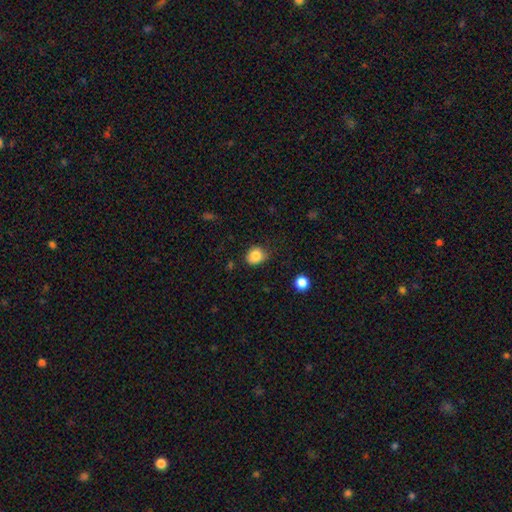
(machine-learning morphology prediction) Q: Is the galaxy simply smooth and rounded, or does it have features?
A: smooth — 84%.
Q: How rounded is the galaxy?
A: round — 62%.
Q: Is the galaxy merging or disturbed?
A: none — 68%.